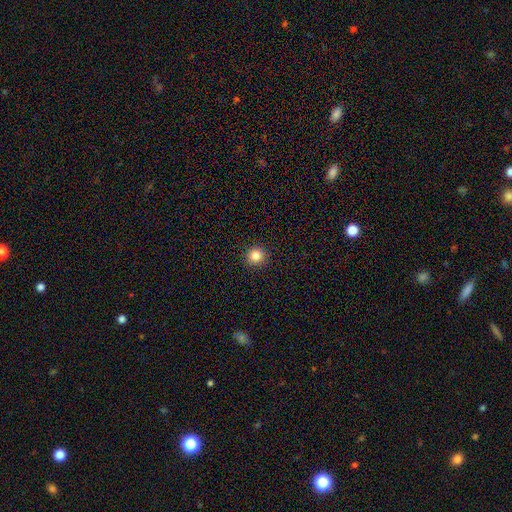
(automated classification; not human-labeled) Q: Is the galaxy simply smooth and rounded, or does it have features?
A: smooth — 85%.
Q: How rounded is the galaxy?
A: round — 94%.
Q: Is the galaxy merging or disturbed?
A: none — 93%.